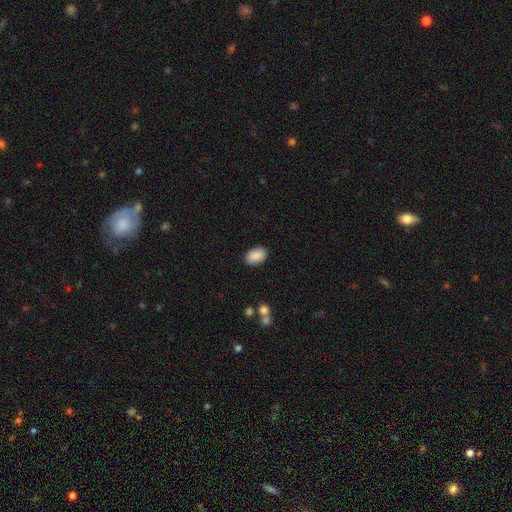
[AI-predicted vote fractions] Smooth or featured: smooth — 90% (star or artifact — 7%)
How rounded: in between — 90% (round — 9%)
Merging: none — 88% (minor disturbance — 8%)